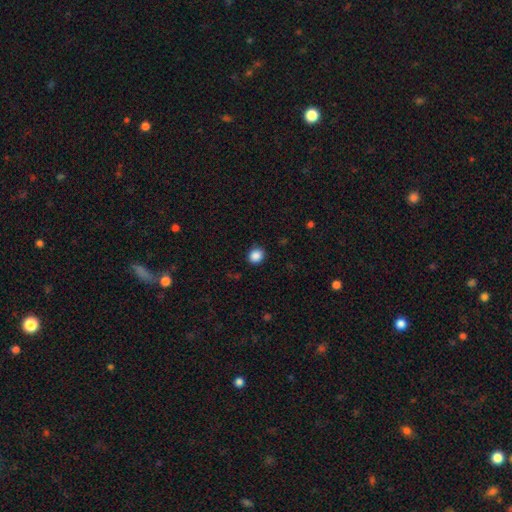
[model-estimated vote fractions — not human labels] Smooth or featured? smooth (87%)
How rounded? round (81%)
Merging? none (89%)